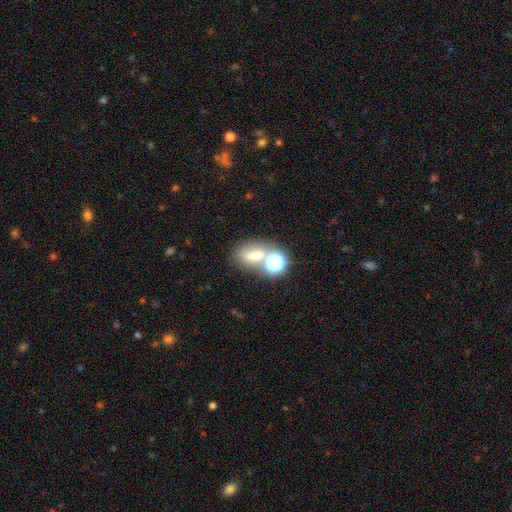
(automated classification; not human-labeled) This is possibly a smooth galaxy (56%). How rounded: likely in between (65%). Merging: possibly none (48%).